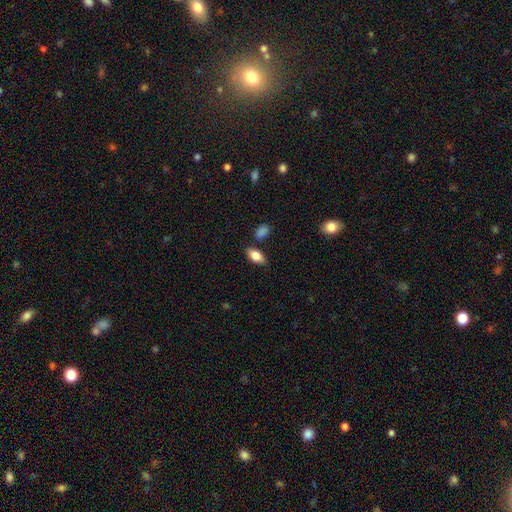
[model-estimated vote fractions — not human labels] Smooth or featured: smooth — 83% (featured or disk — 10%)
How rounded: in between — 90% (cigar-shaped — 5%)
Merging: none — 81% (minor disturbance — 12%)